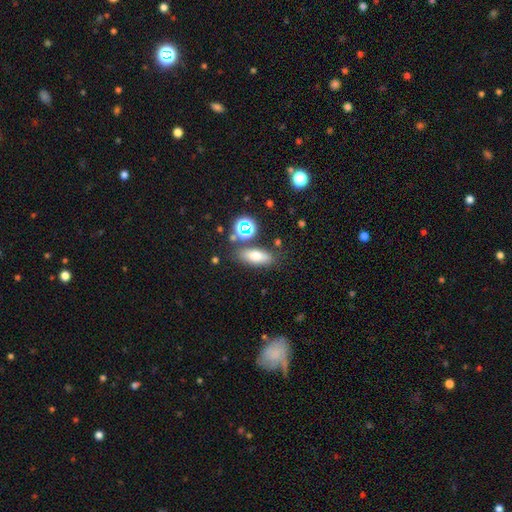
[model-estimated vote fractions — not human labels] smooth_or_featured: smooth (p=0.71) [alt: featured or disk p=0.15]
how_rounded: in between (p=0.69) [alt: cigar-shaped p=0.21]
merging: none (p=0.75) [alt: minor disturbance p=0.13]